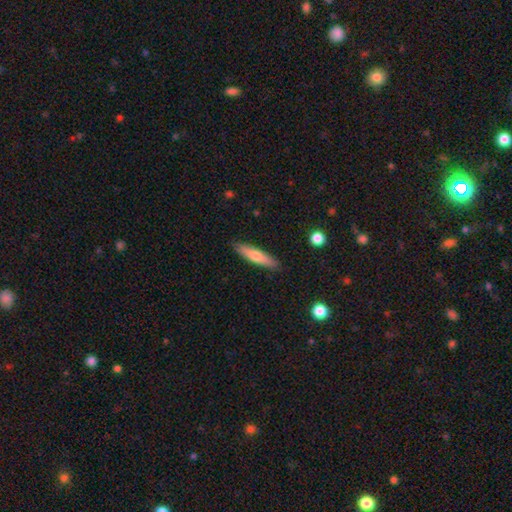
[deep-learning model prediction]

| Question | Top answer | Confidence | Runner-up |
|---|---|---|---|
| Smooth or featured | smooth | 64% | featured or disk (30%) |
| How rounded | cigar-shaped | 81% | in between (18%) |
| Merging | none | 89% | minor disturbance (8%) |